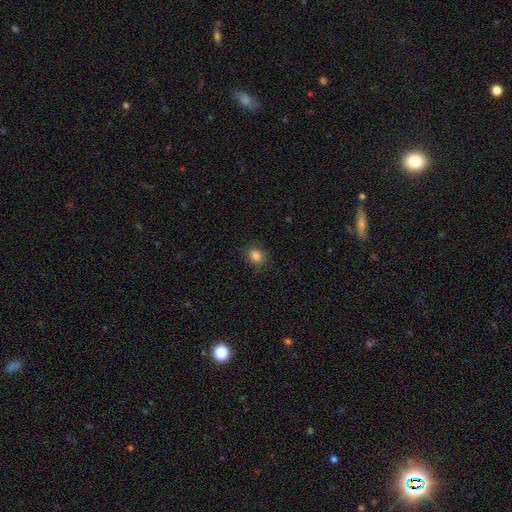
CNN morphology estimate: Q: Smooth or featured?
A: smooth (85%); runner-up: star or artifact (11%)
Q: How rounded?
A: round (55%); runner-up: in between (44%)
Q: Merging?
A: none (82%); runner-up: minor disturbance (13%)